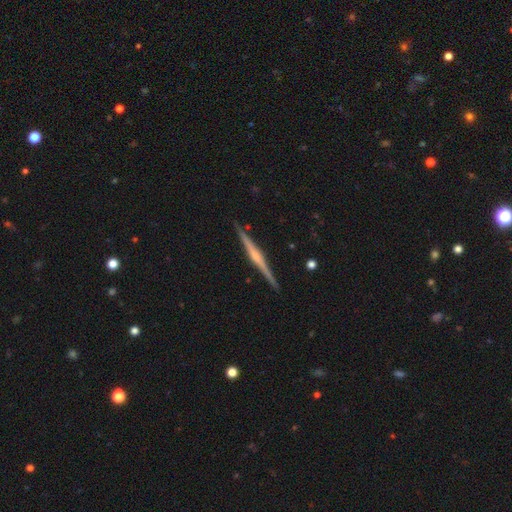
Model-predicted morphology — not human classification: Smooth or featured? Predicted: featured or disk (p=0.80). Edge-on disk? Predicted: yes (p=0.99). Edge-on bulge? Predicted: rounded (p=0.71). Merging? Predicted: none (p=0.91).